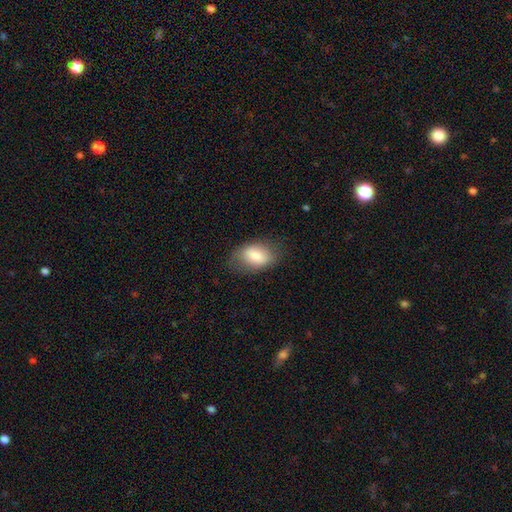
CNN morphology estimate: This appears to be a smooth galaxy with no disk features (77%) that is in between round and cigar-shaped (85%). Merging: none (72%).